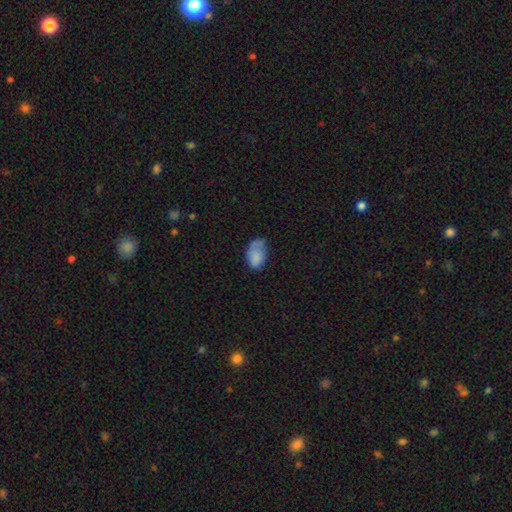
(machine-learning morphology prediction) A smooth galaxy with no disk features (77%) that is in between round and cigar-shaped (91%).

Vote fractions:
- Smooth or featured? smooth: 77% / featured or disk: 14% / star or artifact: 8%
- How rounded? in between: 91% / round: 8% / cigar-shaped: 1%
- Merging? none: 42% / minor disturbance: 35% / major disturbance: 20% / merger: 3%